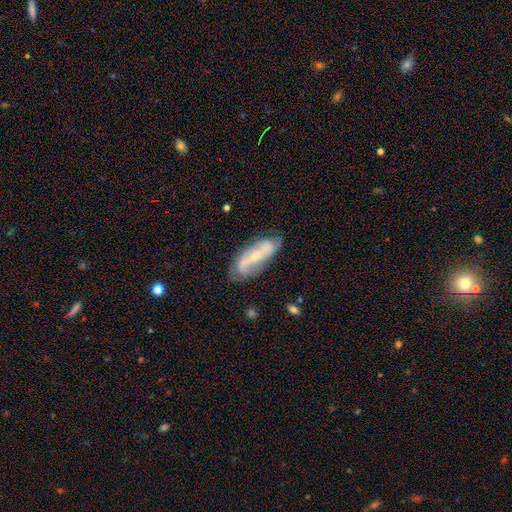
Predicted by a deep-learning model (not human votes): smooth_or_featured: featured or disk (p=0.77) [alt: smooth p=0.17]
disk_edge_on: no (p=0.88) [alt: yes p=0.12]
bar: strong (p=0.46) [alt: weak p=0.29]
has_spiral_arms: yes (p=0.87) [alt: no p=0.13]
spiral_winding: loose (p=0.48) [alt: medium p=0.33]
spiral_arm_count: 2 (p=0.84) [alt: can't tell p=0.10]
bulge_size: small (p=0.67) [alt: moderate p=0.28]
merging: none (p=0.71) [alt: minor disturbance p=0.20]